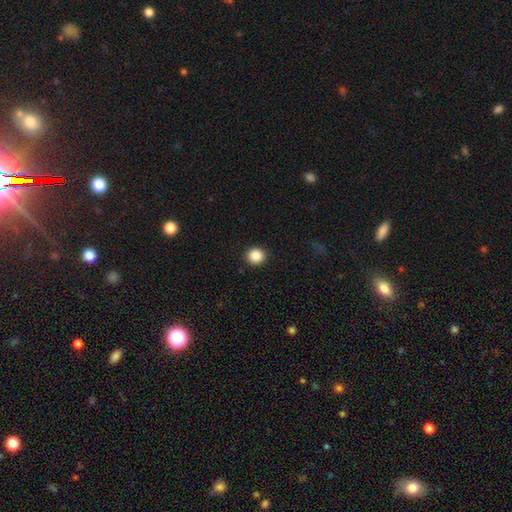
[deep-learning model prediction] Smooth or featured: smooth — 87% (star or artifact — 10%)
How rounded: round — 91% (in between — 8%)
Merging: none — 92% (minor disturbance — 5%)